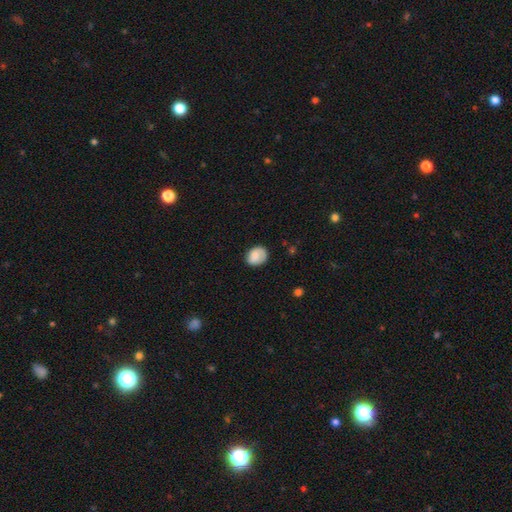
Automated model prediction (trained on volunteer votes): Overall: smooth (76%). How rounded: round (58%; in between 41%). Merging: none (73%).